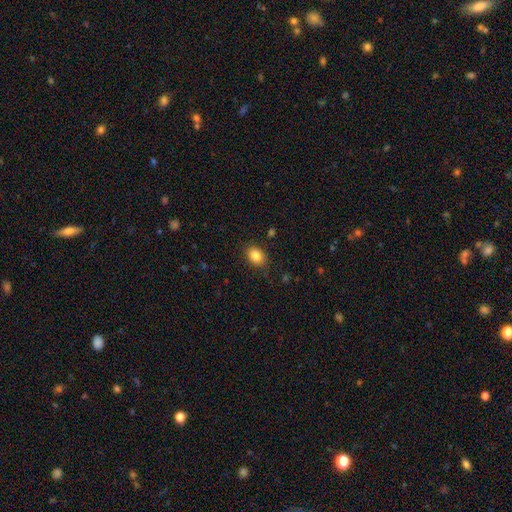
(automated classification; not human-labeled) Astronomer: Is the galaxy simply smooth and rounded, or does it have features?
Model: smooth — 84%.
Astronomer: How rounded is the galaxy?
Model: in between — 71%.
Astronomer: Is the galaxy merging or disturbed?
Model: none — 85%.